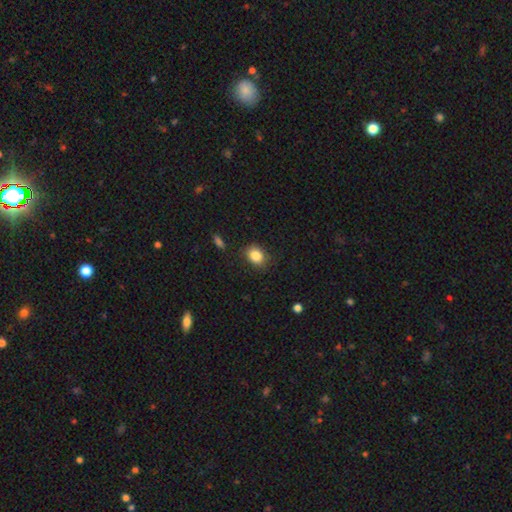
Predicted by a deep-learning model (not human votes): Smooth or featured: smooth — 85% (star or artifact — 9%)
How rounded: in between — 51% (round — 48%)
Merging: none — 82% (minor disturbance — 13%)